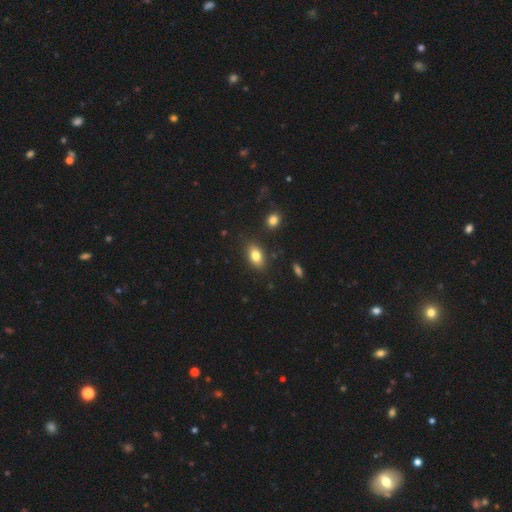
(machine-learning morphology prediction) The model was most divided on "smooth or featured": smooth: 81%, featured or disk: 10%, star or artifact: 9%. More confident: how rounded — in between (86%); merging — none (84%).